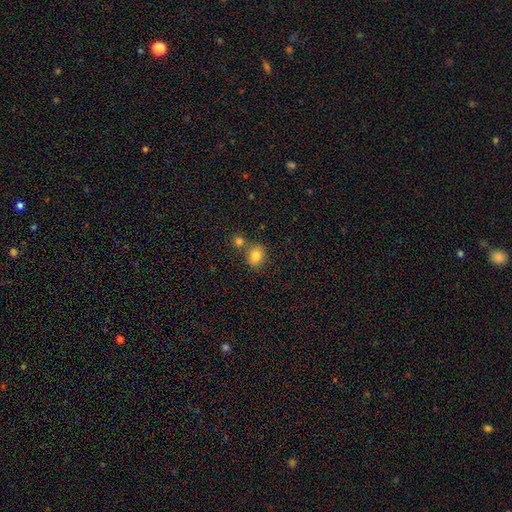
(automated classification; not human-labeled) Smooth or featured?
  - smooth: 81% *
  - star or artifact: 11%
  - featured or disk: 7%
How rounded?
  - round: 61% *
  - in between: 38%
  - cigar-shaped: 1%
Merging?
  - none: 63% *
  - merger: 24%
  - minor disturbance: 10%
  - major disturbance: 3%